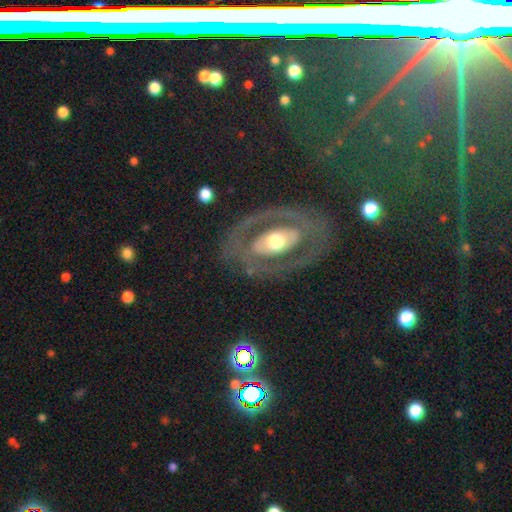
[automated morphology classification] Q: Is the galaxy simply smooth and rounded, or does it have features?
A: featured or disk — 75%.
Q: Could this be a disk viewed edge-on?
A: no — 92%.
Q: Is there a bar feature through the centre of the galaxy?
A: no — 53%.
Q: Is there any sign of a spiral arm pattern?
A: no — 54%.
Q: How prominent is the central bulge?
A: moderate — 66%.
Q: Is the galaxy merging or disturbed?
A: none — 78%.